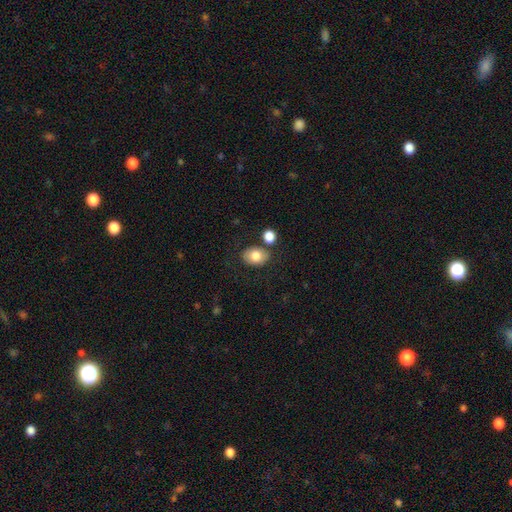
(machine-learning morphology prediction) Smooth or featured? Predicted: smooth (p=0.82). How rounded? Predicted: in between (p=0.70). Merging? Predicted: none (p=0.74).